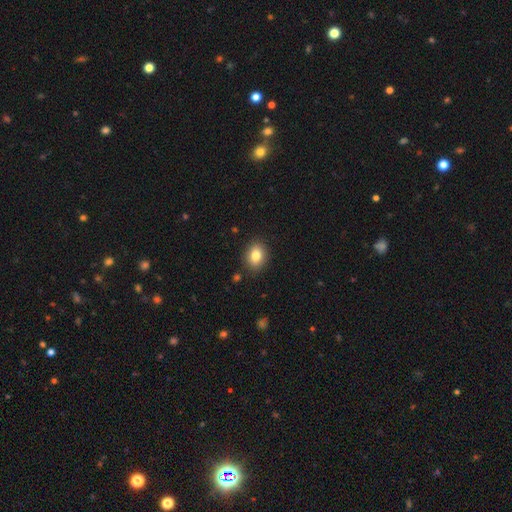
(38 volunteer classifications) smooth-or-featured: smooth: 84% | featured or disk: 11% | star or artifact: 5%
  how-rounded: round: 56% | in between: 44% | cigar-shaped: 0%
  merging: none: 94% | minor disturbance: 6% | major disturbance: 0% | merger: 0%